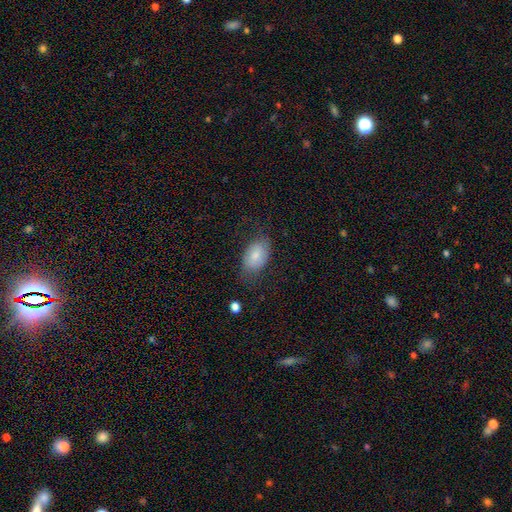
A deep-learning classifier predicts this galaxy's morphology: This is likely a smooth galaxy (76%). How rounded: clearly in between (90%). Merging: likely none (64%).